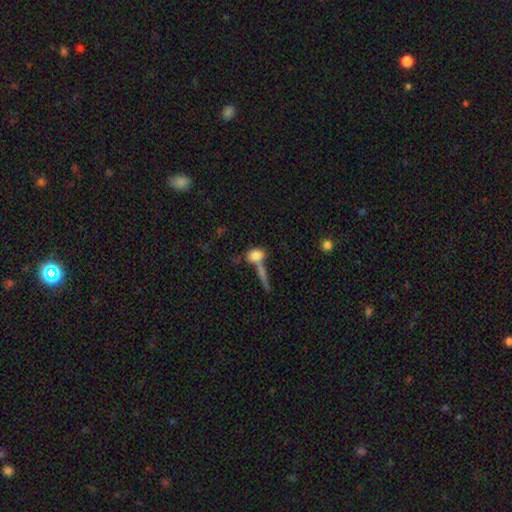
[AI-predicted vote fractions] smooth 76%, featured or disk 14%, star or artifact 10%. Down the decision tree: how rounded — in between (58%); merging — none (42%).